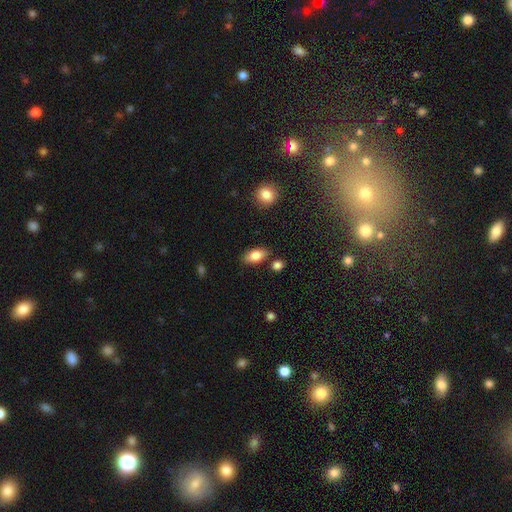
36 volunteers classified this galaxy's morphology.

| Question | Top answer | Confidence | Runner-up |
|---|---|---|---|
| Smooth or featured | smooth | 83% | featured or disk (14%) |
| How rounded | in between | 93% | round (7%) |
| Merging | none | 83% | minor disturbance (9%) |